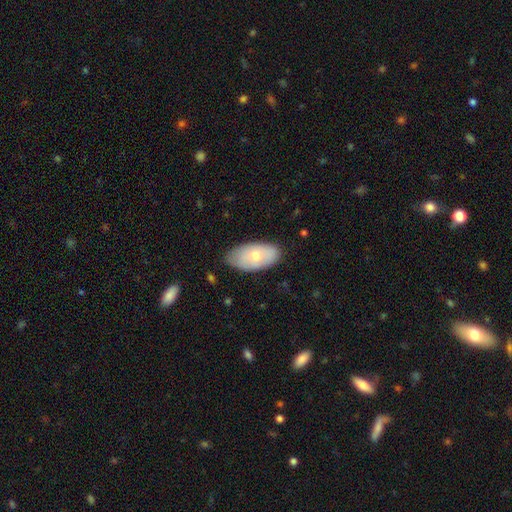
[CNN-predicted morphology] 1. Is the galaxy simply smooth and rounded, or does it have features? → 65% smooth, 29% featured or disk, 6% star or artifact.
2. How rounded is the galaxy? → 94% in between, 4% round, 2% cigar-shaped.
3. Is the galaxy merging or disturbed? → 76% none, 19% minor disturbance, 3% major disturbance, 1% merger.